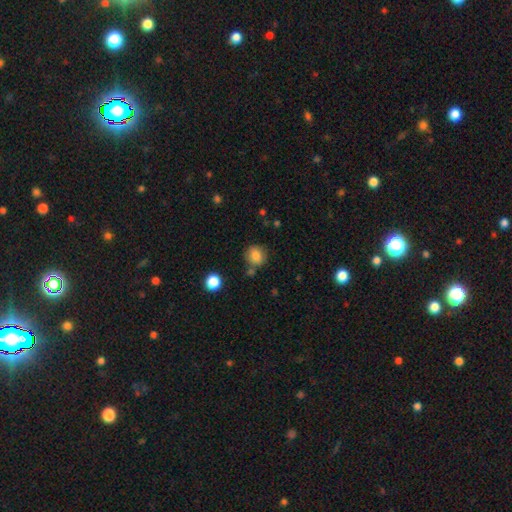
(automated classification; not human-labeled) Smooth or featured: smooth — 83% (star or artifact — 10%)
How rounded: round — 77% (in between — 22%)
Merging: none — 73% (minor disturbance — 15%)